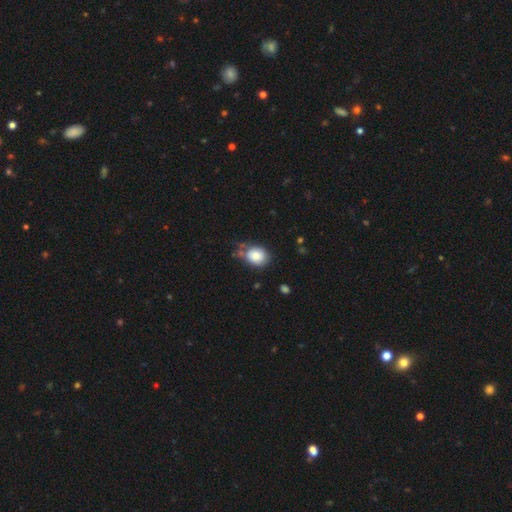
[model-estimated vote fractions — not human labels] A smooth galaxy with no disk features (83%) that is in between round and cigar-shaped (52%).

Vote fractions:
- Smooth or featured? smooth: 83% / featured or disk: 9% / star or artifact: 8%
- How rounded? in between: 52% / round: 47% / cigar-shaped: 1%
- Merging? none: 61% / minor disturbance: 23% / merger: 8% / major disturbance: 7%